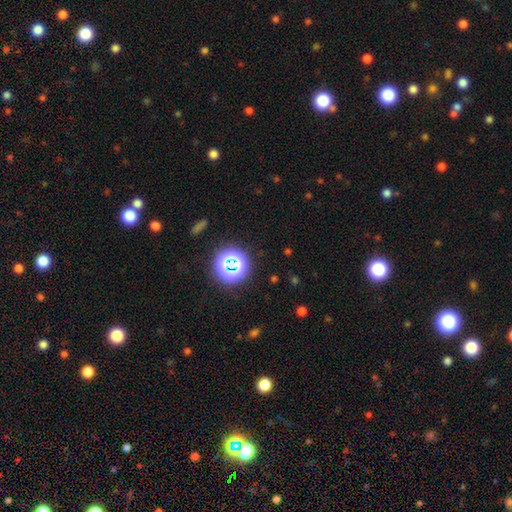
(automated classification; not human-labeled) star or artifact 71%, smooth 22%, featured or disk 7%.